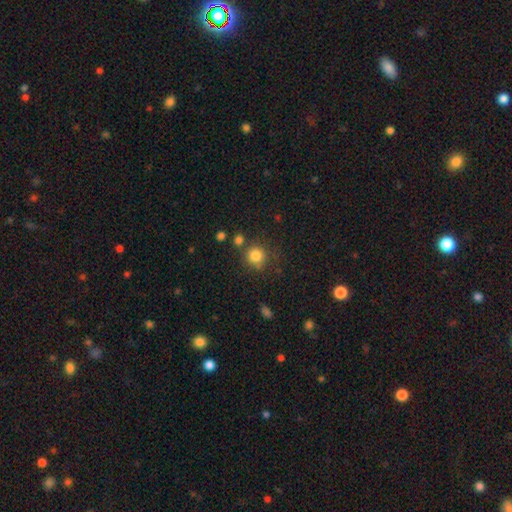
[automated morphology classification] type=smooth (83%); roundness=round (89%); merging=none (73%).